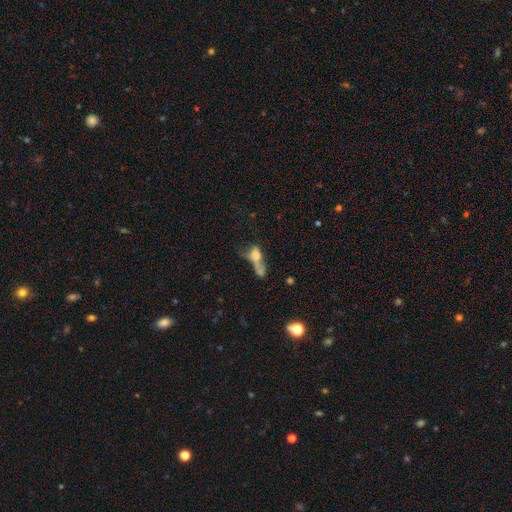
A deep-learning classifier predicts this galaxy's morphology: A smooth galaxy with no disk features (56%) that is in between round and cigar-shaped (55%). Merging: merger (52%).